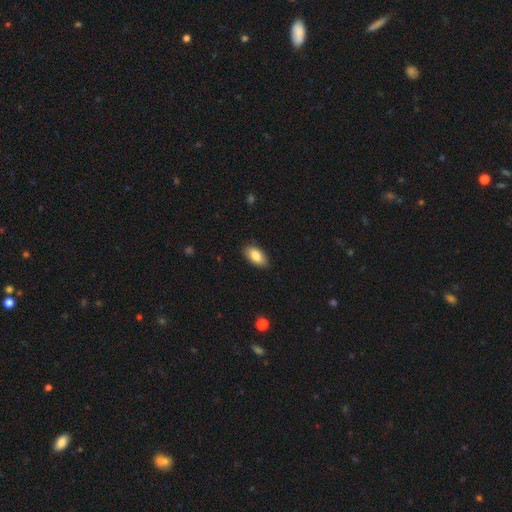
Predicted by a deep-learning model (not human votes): A smooth galaxy with no disk features (85%) that is in between round and cigar-shaped (93%).

Vote fractions:
- Smooth or featured? smooth: 85% / featured or disk: 8% / star or artifact: 6%
- How rounded? in between: 93% / cigar-shaped: 4% / round: 3%
- Merging? none: 87% / minor disturbance: 10% / major disturbance: 2% / merger: 1%